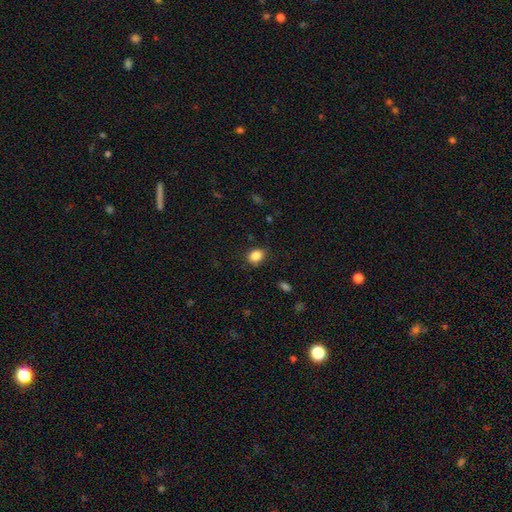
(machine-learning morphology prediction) A smooth galaxy with no disk features (85%) that is in between round and cigar-shaped (52%).

Vote fractions:
- Smooth or featured? smooth: 85% / star or artifact: 10% / featured or disk: 5%
- How rounded? in between: 52% / round: 47% / cigar-shaped: 1%
- Merging? none: 81% / minor disturbance: 15% / major disturbance: 3% / merger: 1%